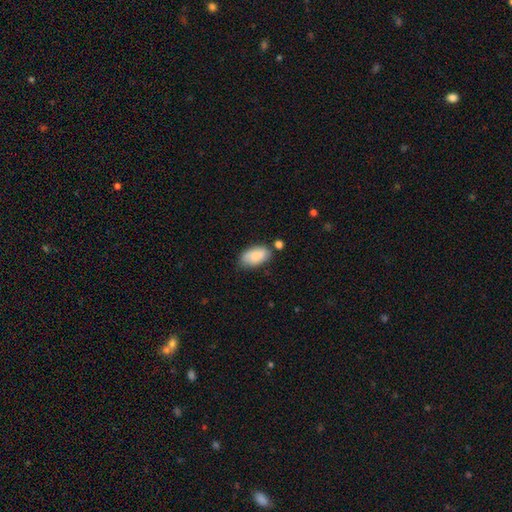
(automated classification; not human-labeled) Smooth or featured? smooth (86%)
How rounded? in between (94%)
Merging? none (64%)